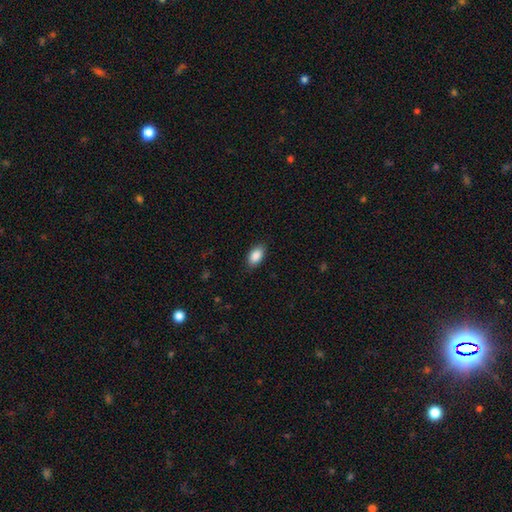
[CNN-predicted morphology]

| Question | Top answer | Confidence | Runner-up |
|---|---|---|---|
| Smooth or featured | smooth | 89% | star or artifact (7%) |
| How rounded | in between | 93% | round (5%) |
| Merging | none | 86% | minor disturbance (10%) |